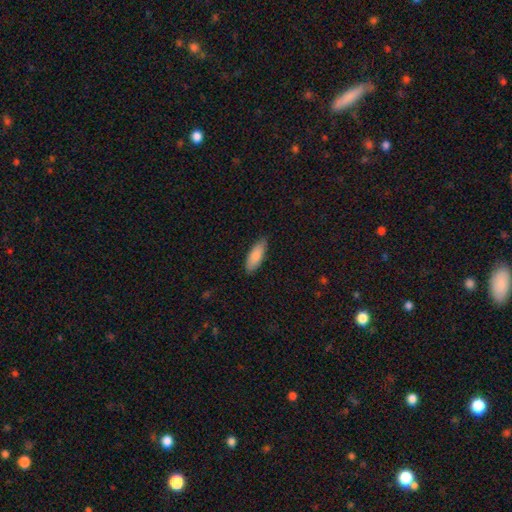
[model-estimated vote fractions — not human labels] This is clearly a smooth galaxy (86%). How rounded: likely in between (71%). Merging: clearly none (85%).